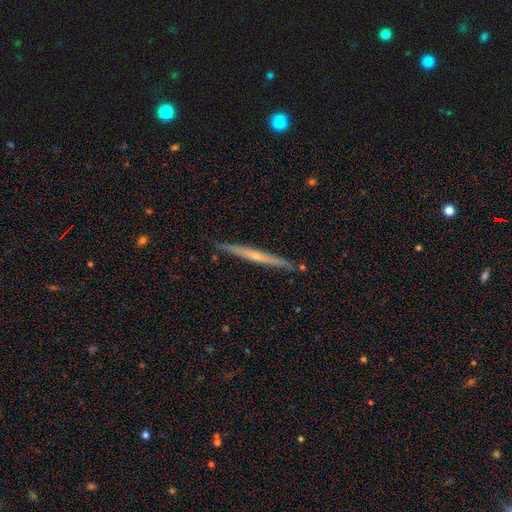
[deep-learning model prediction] Smooth or featured?
  - featured or disk: 65% *
  - smooth: 29%
  - star or artifact: 6%
Edge-on disk?
  - yes: 97% *
  - no: 3%
Edge-on bulge?
  - rounded: 51% *
  - none: 46%
  - boxy: 3%
Merging?
  - none: 87% *
  - minor disturbance: 9%
  - merger: 2%
  - major disturbance: 1%